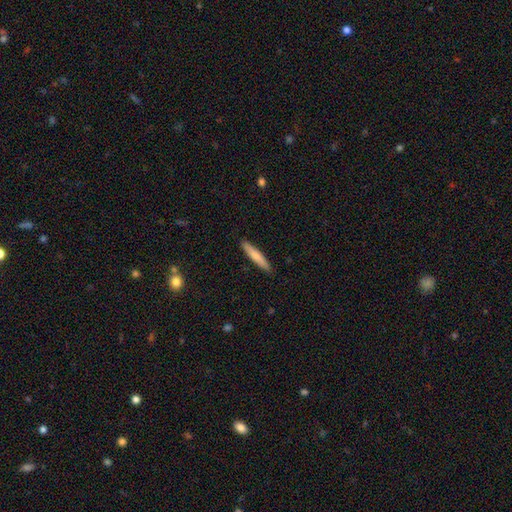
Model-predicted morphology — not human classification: type=smooth (74%); roundness=cigar-shaped (92%); merging=none (90%).